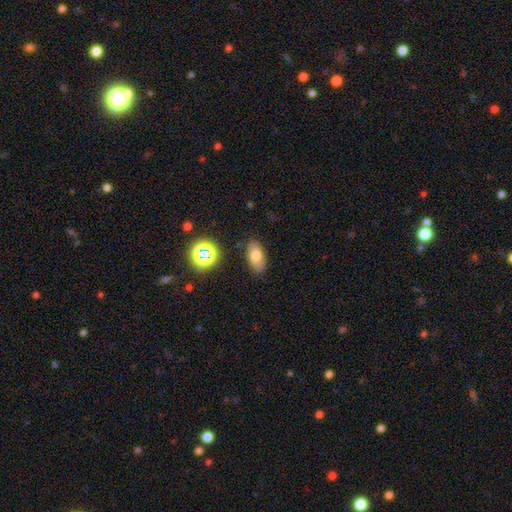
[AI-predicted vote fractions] smooth_or_featured: smooth (p=0.72) [alt: featured or disk p=0.16]
how_rounded: in between (p=0.89) [alt: round p=0.06]
merging: none (p=0.83) [alt: minor disturbance p=0.12]